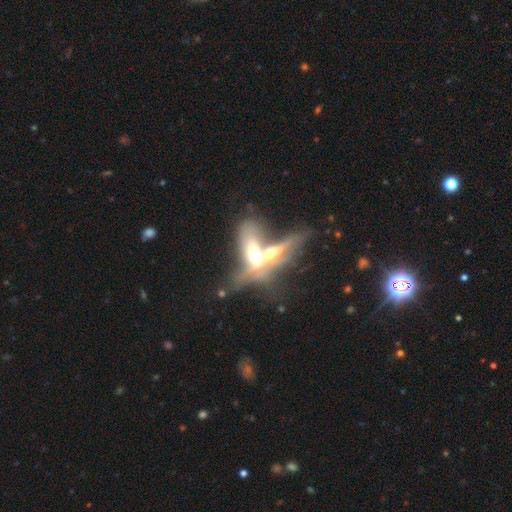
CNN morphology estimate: Smooth or featured: featured or disk — 61% (smooth — 29%)
Edge-on disk: yes — 56% (no — 44%)
Merging: merger — 69% (none — 16%)